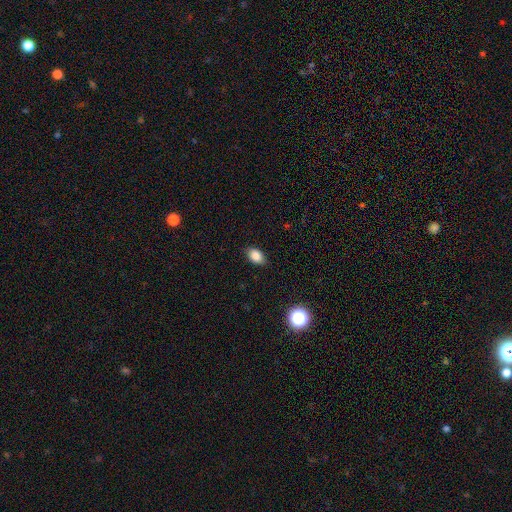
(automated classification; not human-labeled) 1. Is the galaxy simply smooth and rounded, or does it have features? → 85% smooth, 10% star or artifact, 5% featured or disk.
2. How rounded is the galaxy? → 84% in between, 14% round, 2% cigar-shaped.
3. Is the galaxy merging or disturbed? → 85% none, 11% minor disturbance, 2% major disturbance, 1% merger.